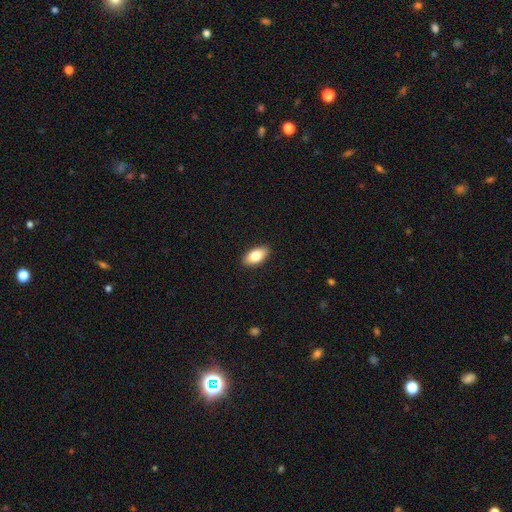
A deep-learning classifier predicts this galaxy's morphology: Smooth or featured: smooth — 81% (featured or disk — 12%)
How rounded: in between — 92% (cigar-shaped — 5%)
Merging: none — 90% (minor disturbance — 8%)